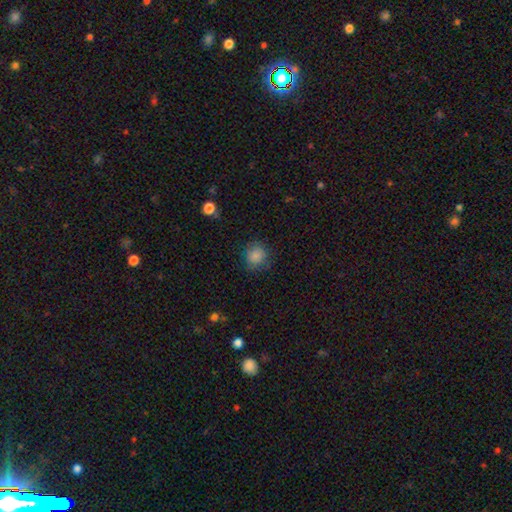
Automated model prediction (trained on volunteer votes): Morphology: type=smooth (85%); roundness=round (86%); merging=none (80%).